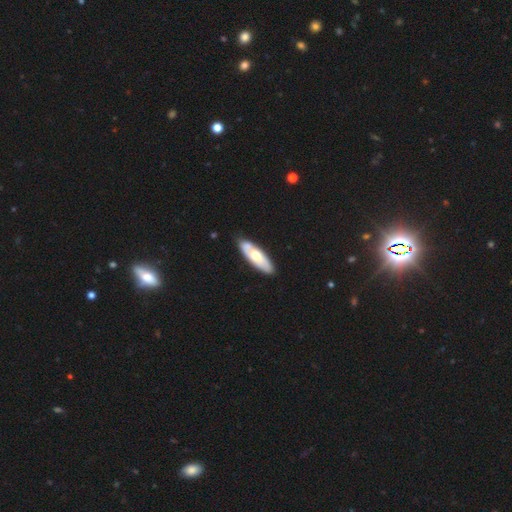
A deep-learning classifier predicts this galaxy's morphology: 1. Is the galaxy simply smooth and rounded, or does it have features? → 50% smooth, 46% featured or disk, 4% star or artifact.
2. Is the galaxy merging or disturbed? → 83% none, 12% minor disturbance, 2% major disturbance, 2% merger.